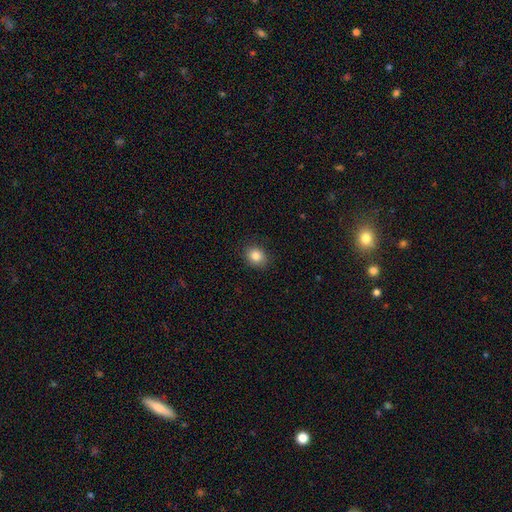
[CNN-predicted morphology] Q: Smooth or featured?
A: smooth (85%); runner-up: star or artifact (10%)
Q: How rounded?
A: round (58%); runner-up: in between (41%)
Q: Merging?
A: none (88%); runner-up: minor disturbance (9%)